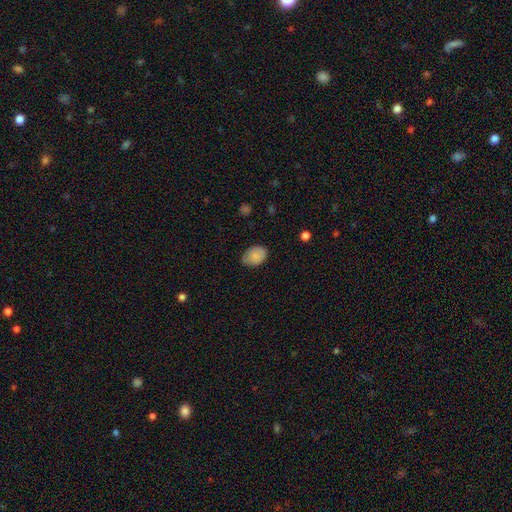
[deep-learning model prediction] A smooth galaxy with no disk features (86%) that is in between round and cigar-shaped (81%). Merging: none (78%).